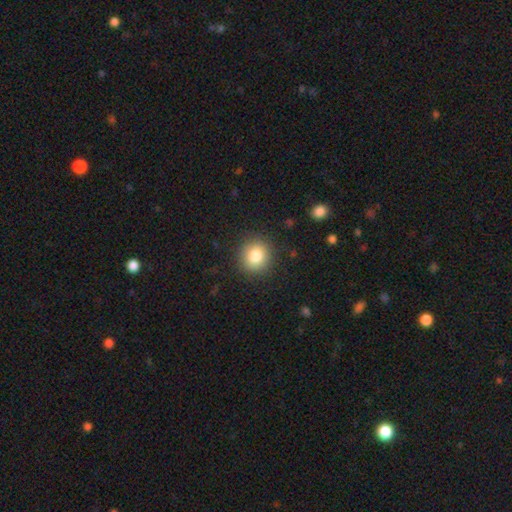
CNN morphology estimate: Smooth or featured: smooth — 82% (star or artifact — 10%)
How rounded: round — 87% (in between — 12%)
Merging: none — 89% (minor disturbance — 7%)